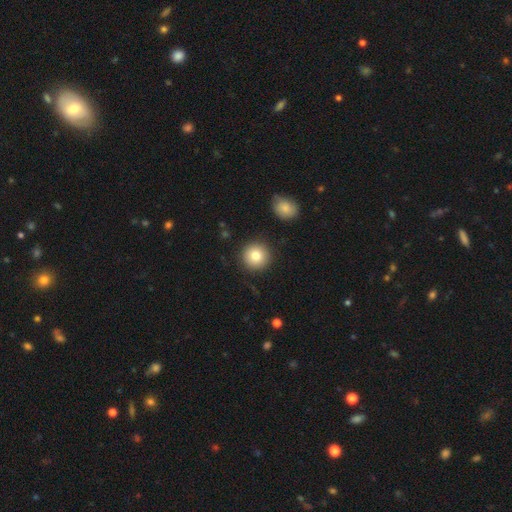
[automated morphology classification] Overall: smooth (81%). How rounded: round (95%). Merging: none (90%).